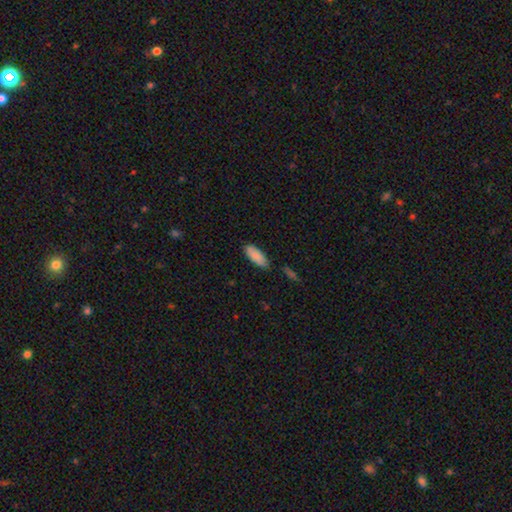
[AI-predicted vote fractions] Overall: smooth (86%). How rounded: in between (80%). Merging: none (75%).